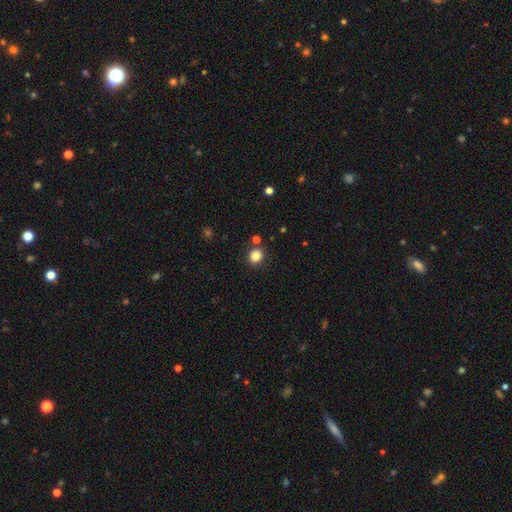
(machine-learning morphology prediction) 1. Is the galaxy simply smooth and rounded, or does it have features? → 84% smooth, 11% star or artifact, 5% featured or disk.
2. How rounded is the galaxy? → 80% round, 19% in between, 1% cigar-shaped.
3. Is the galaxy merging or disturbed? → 83% none, 8% minor disturbance, 6% merger, 3% major disturbance.